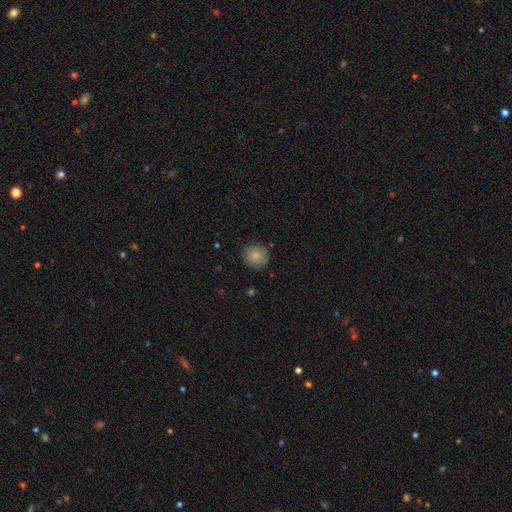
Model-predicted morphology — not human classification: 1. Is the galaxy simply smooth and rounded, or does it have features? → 86% smooth, 8% star or artifact, 7% featured or disk.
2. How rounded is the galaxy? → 92% round, 7% in between, 1% cigar-shaped.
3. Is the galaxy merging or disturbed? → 86% none, 10% minor disturbance, 2% major disturbance, 1% merger.